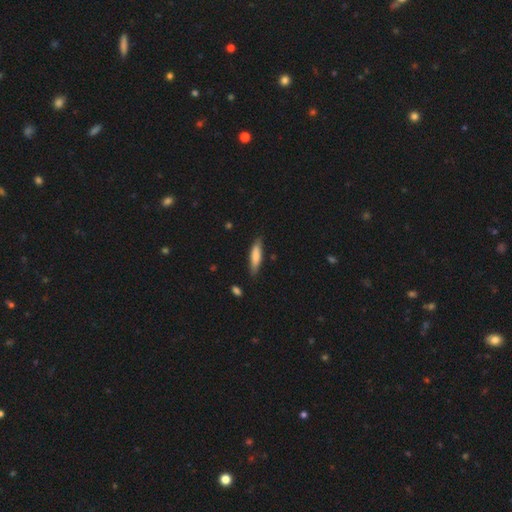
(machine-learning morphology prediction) The model was most divided on "how rounded": cigar-shaped: 71%, in between: 28%, round: 1%. More confident: merging — none (78%); smooth or featured — smooth (75%).